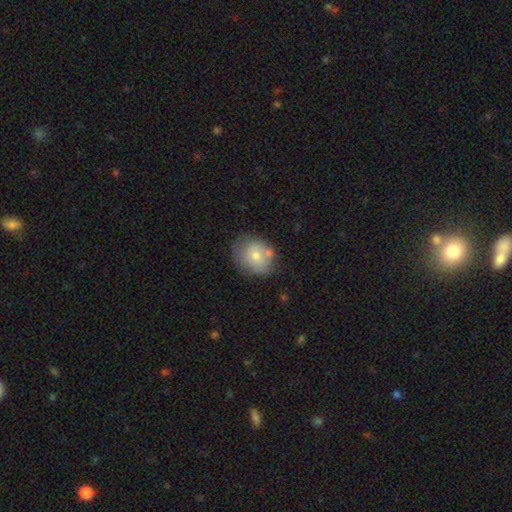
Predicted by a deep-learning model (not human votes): A smooth galaxy with no disk features (69%) that is round (66%).

Vote fractions:
- Smooth or featured? smooth: 69% / featured or disk: 23% / star or artifact: 8%
- How rounded? round: 66% / in between: 33% / cigar-shaped: 1%
- Merging? none: 59% / minor disturbance: 23% / merger: 11% / major disturbance: 7%